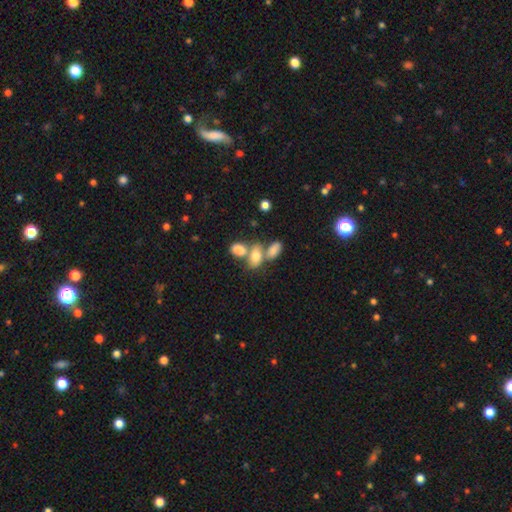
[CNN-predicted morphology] This is likely a smooth galaxy (75%). How rounded: clearly in between (85%). Merging: possibly merger (52%).